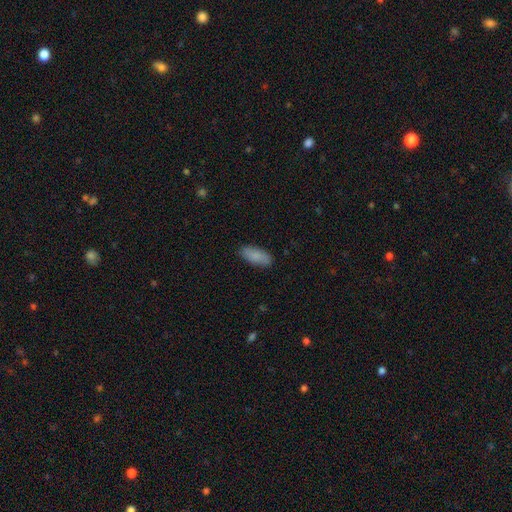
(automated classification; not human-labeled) Smooth or featured?
  - smooth: 87% *
  - featured or disk: 7%
  - star or artifact: 6%
How rounded?
  - in between: 80% *
  - cigar-shaped: 18%
  - round: 2%
Merging?
  - none: 87% *
  - minor disturbance: 10%
  - major disturbance: 2%
  - merger: 1%